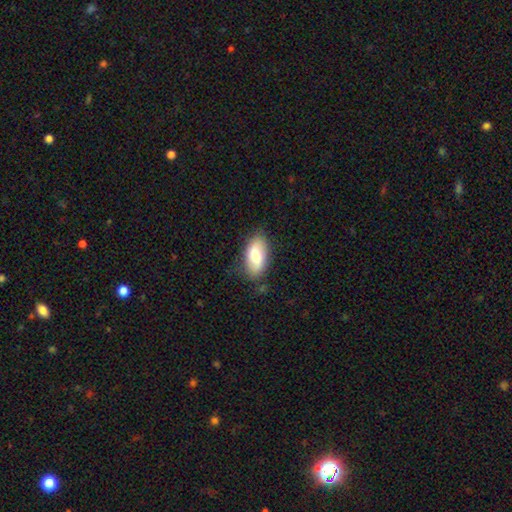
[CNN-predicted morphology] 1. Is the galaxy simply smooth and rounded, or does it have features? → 63% smooth, 30% featured or disk, 6% star or artifact.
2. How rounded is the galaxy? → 91% in between, 5% cigar-shaped, 4% round.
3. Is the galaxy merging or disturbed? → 75% none, 19% minor disturbance, 4% major disturbance, 2% merger.